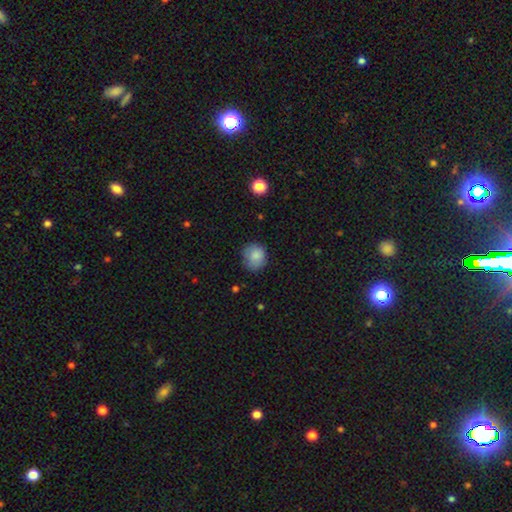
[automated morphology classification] smooth-or-featured: smooth: 83% | star or artifact: 8% | featured or disk: 8%
  how-rounded: round: 82% | in between: 17% | cigar-shaped: 1%
  merging: none: 73% | minor disturbance: 21% | major disturbance: 5% | merger: 1%